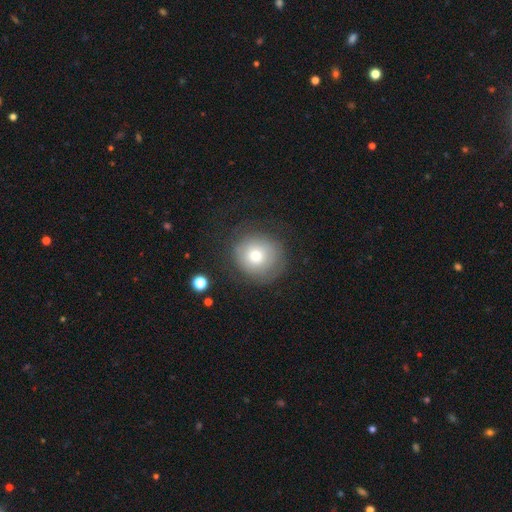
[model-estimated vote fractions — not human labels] smooth_or_featured: smooth (p=0.65) [alt: featured or disk p=0.25]
how_rounded: round (p=0.89) [alt: in between p=0.10]
merging: none (p=0.74) [alt: minor disturbance p=0.16]